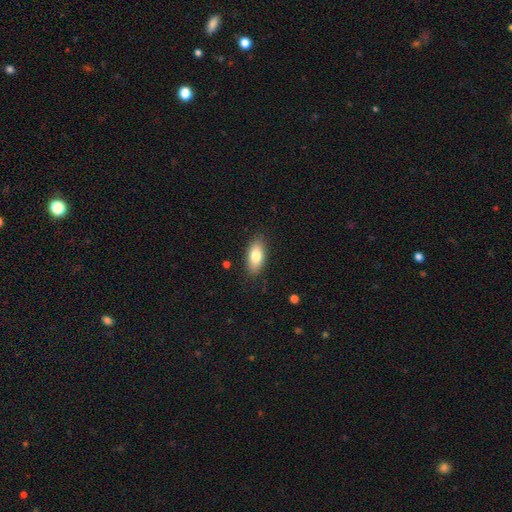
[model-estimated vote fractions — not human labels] This appears to be a smooth galaxy with no disk features (80%) that is in between round and cigar-shaped (86%). Merging: none (85%).